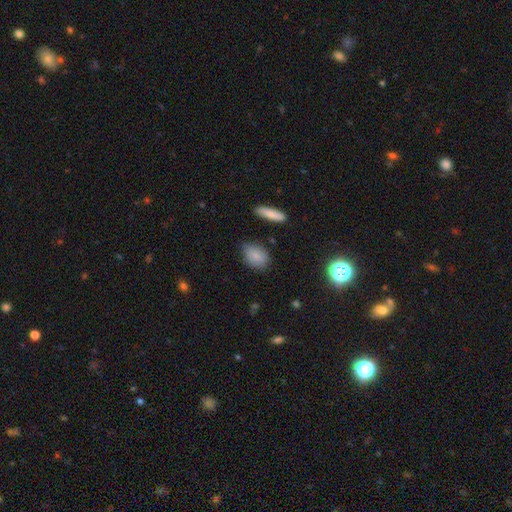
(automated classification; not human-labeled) Smooth or featured: smooth — 82% (featured or disk — 9%)
How rounded: in between — 70% (round — 27%)
Merging: none — 71% (minor disturbance — 21%)